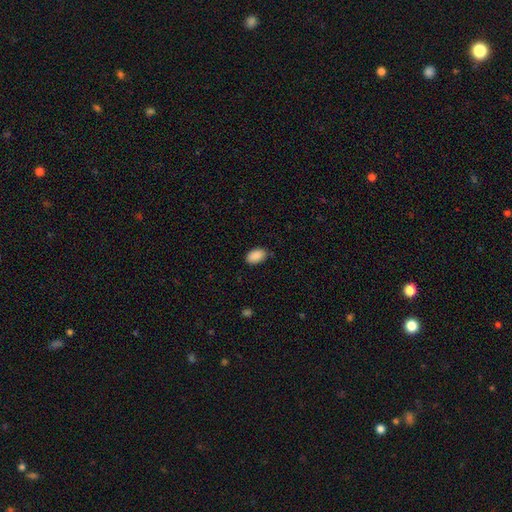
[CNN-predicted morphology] A smooth galaxy with no disk features (90%) that is in between round and cigar-shaped (92%). Merging: none (80%).